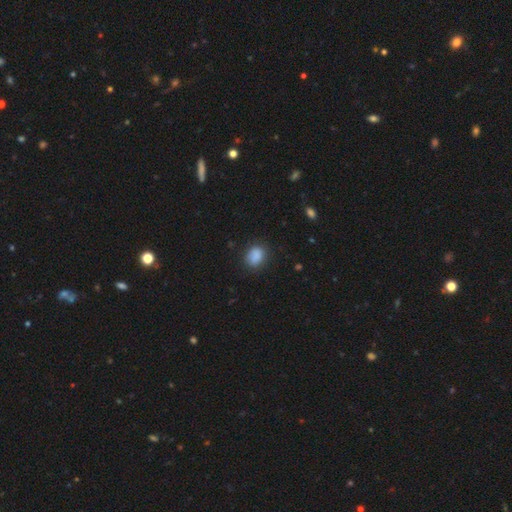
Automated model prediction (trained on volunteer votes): Morphology: type=smooth (86%); roundness=in between (65%); merging=none (75%).